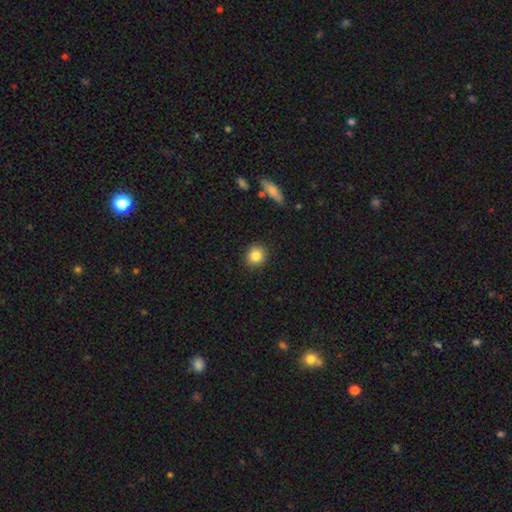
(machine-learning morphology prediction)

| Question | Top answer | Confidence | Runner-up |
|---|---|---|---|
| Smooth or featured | smooth | 85% | star or artifact (9%) |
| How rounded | round | 87% | in between (12%) |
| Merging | none | 89% | minor disturbance (8%) |